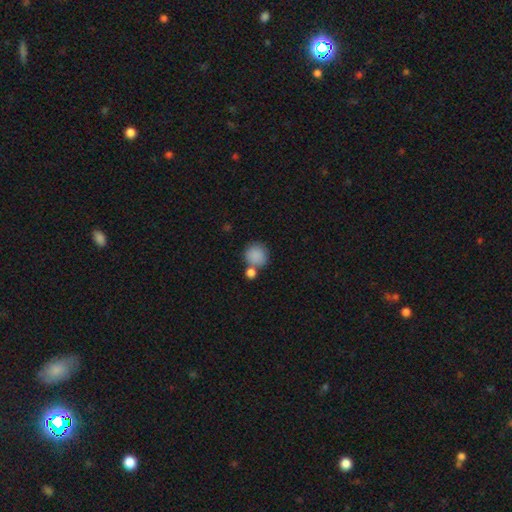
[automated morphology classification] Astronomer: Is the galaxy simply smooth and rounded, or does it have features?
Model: smooth — 86%.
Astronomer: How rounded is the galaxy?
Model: round — 88%.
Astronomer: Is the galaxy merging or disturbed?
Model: none — 60%.